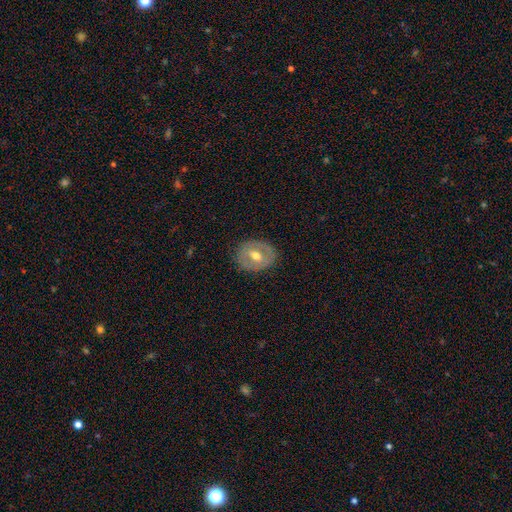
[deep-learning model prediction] Overall: featured or disk (56%; smooth 38%). Edge-on disk: no (93%). Bar: weak (41%; no 38%). Spiral arms: no (74%). Bulge size: moderate (77%). Merging: none (83%).